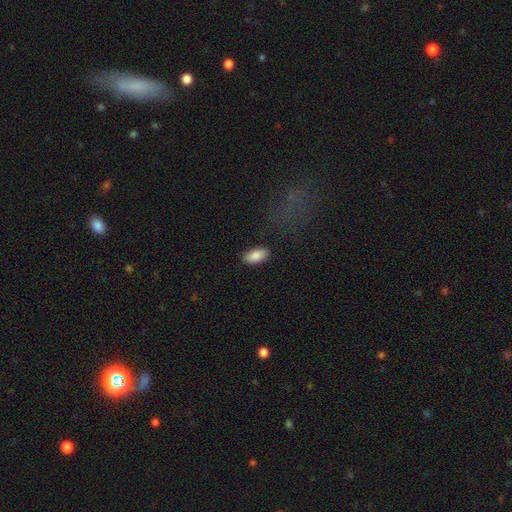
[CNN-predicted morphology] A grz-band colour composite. It shows a smooth galaxy with no disk features (88%) that is in between round and cigar-shaped (92%). Merging: none (87%).